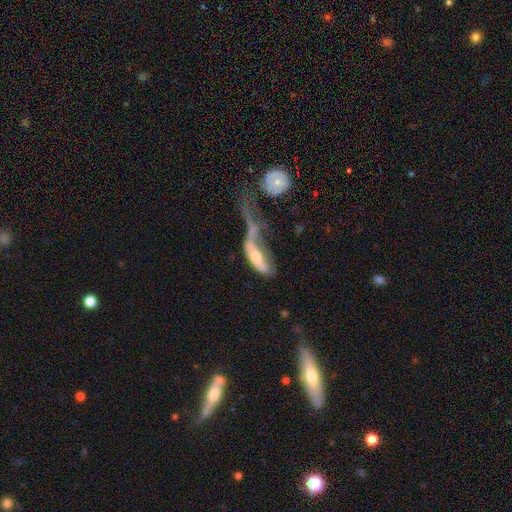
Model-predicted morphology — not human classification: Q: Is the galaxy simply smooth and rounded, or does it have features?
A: featured or disk — 53%.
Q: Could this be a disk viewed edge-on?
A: no — 77%.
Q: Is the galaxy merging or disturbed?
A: major disturbance — 49%.